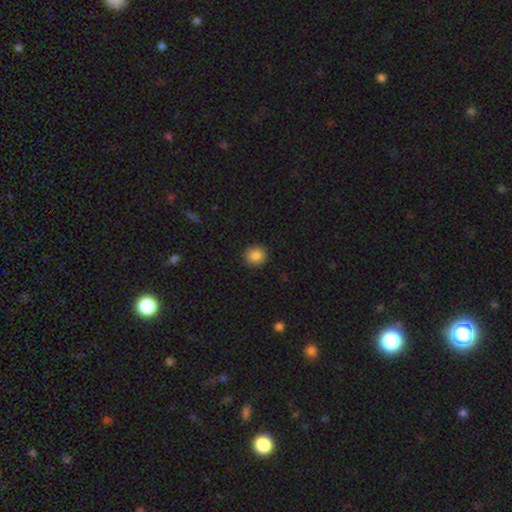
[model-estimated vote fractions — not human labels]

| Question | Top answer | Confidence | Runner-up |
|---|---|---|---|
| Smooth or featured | smooth | 86% | star or artifact (10%) |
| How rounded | round | 86% | in between (13%) |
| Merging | none | 92% | minor disturbance (5%) |